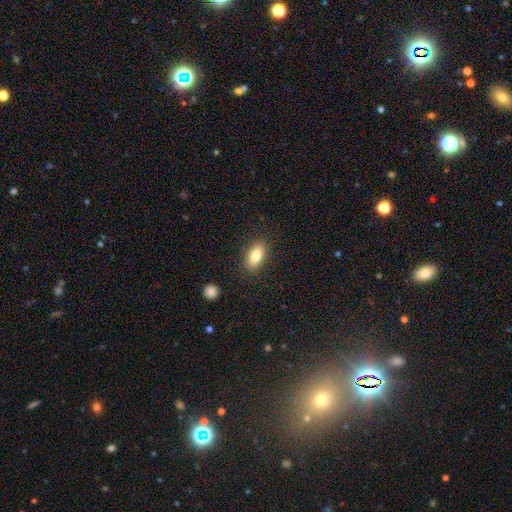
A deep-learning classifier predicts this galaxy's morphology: Smooth or featured?
  - smooth: 81% *
  - featured or disk: 12%
  - star or artifact: 7%
How rounded?
  - in between: 86% *
  - cigar-shaped: 10%
  - round: 4%
Merging?
  - none: 87% *
  - minor disturbance: 9%
  - major disturbance: 3%
  - merger: 1%